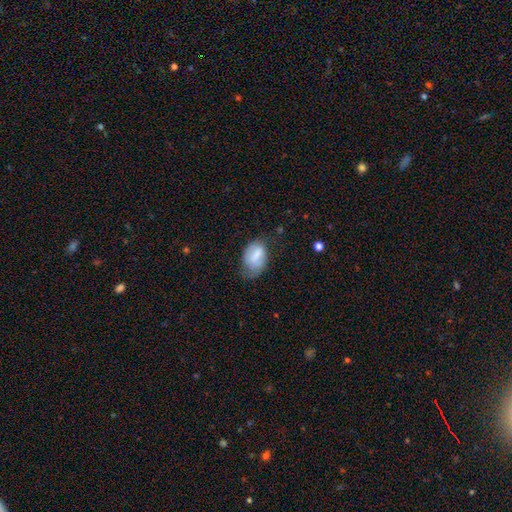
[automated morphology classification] Overall: smooth (70%). How rounded: in between (87%). Merging: none (41%; minor disturbance 38%).